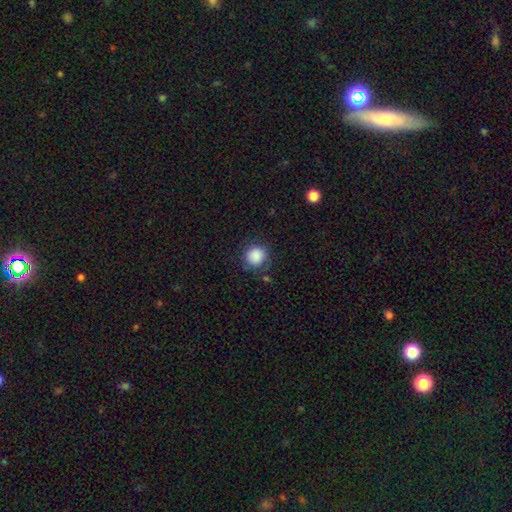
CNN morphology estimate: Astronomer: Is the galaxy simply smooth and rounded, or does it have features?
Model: smooth — 86%.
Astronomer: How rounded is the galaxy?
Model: round — 88%.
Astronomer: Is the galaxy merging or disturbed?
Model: none — 78%.